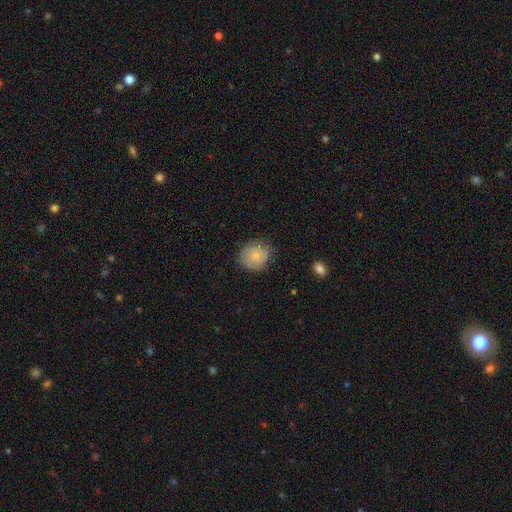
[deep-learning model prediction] smooth-or-featured: smooth: 71% | featured or disk: 22% | star or artifact: 8%
  how-rounded: round: 74% | in between: 25% | cigar-shaped: 1%
  merging: none: 76% | minor disturbance: 18% | major disturbance: 4% | merger: 1%